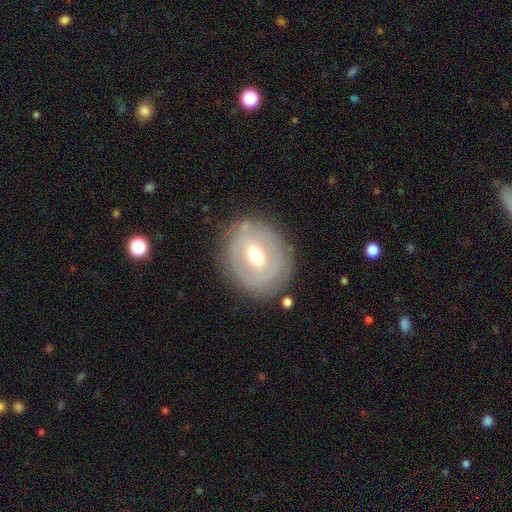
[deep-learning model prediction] Smooth or featured? Predicted: featured or disk (p=0.57). Edge-on disk? Predicted: no (p=0.93). Bar? Predicted: weak (p=0.47). Spiral arms? Predicted: no (p=0.70). Bulge size? Predicted: moderate (p=0.71). Merging? Predicted: none (p=0.79).